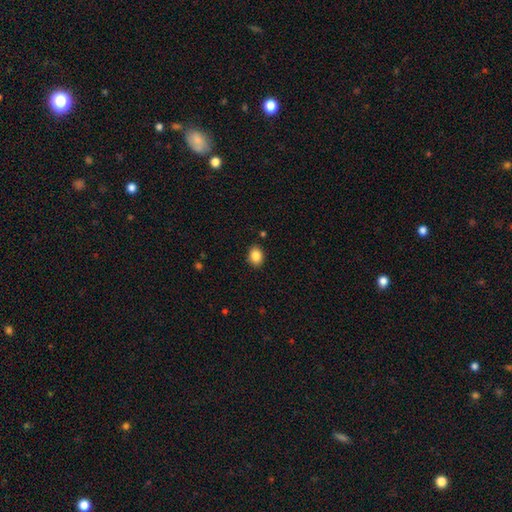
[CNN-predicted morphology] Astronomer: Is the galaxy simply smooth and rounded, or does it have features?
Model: smooth — 86%.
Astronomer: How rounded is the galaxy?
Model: in between — 56% (runner-up: round, 43%).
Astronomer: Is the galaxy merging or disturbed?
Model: none — 89%.